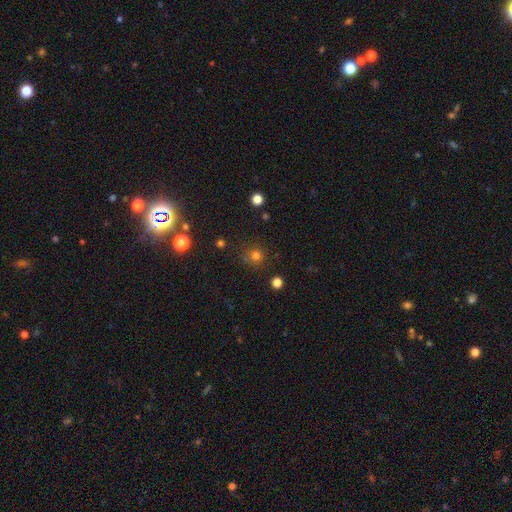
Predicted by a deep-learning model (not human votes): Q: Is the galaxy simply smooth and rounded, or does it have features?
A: smooth — 75%.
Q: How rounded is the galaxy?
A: round — 92%.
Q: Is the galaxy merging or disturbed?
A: none — 83%.